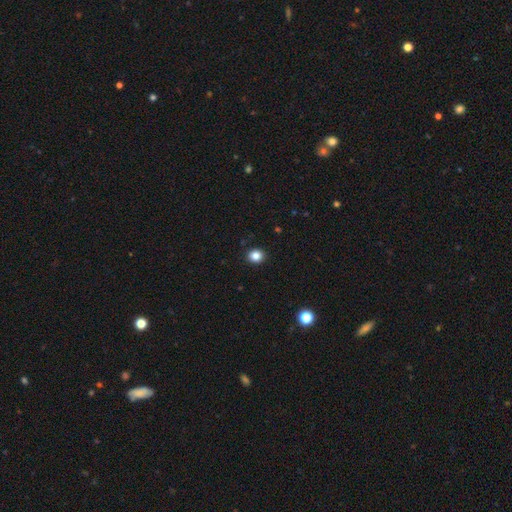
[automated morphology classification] This appears to be a smooth galaxy with no disk features (85%) that is round (76%). Merging: none (91%).